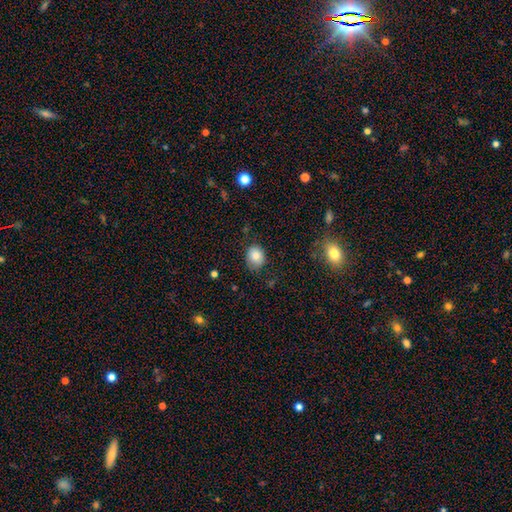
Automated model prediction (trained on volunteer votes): Smooth or featured?
  - smooth: 83% *
  - star or artifact: 9%
  - featured or disk: 8%
How rounded?
  - round: 53% *
  - in between: 46%
  - cigar-shaped: 1%
Merging?
  - none: 74% *
  - minor disturbance: 20%
  - major disturbance: 5%
  - merger: 2%